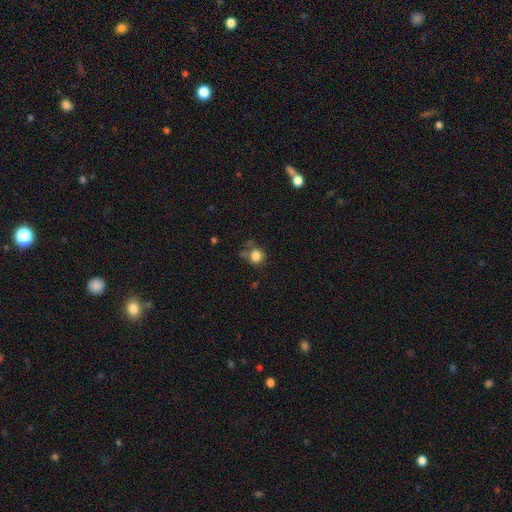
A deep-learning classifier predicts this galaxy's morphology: Smooth or featured? smooth (83%)
How rounded? round (82%)
Merging? none (64%)